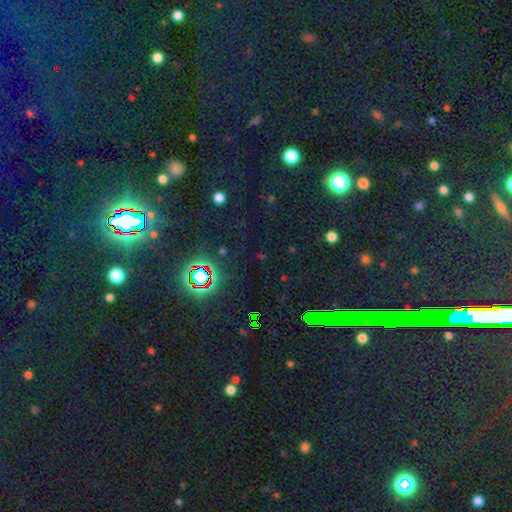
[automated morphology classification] The model was most divided on "smooth or featured": star or artifact: 80%, smooth: 13%, featured or disk: 8%.